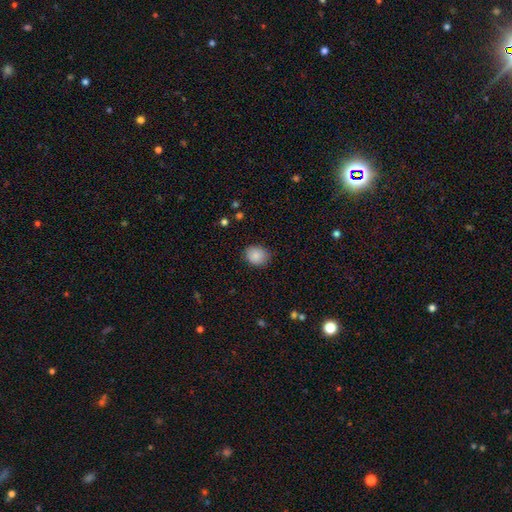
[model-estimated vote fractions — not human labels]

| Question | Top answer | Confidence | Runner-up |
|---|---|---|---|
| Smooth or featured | smooth | 87% | star or artifact (8%) |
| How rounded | round | 61% | in between (38%) |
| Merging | none | 83% | minor disturbance (13%) |